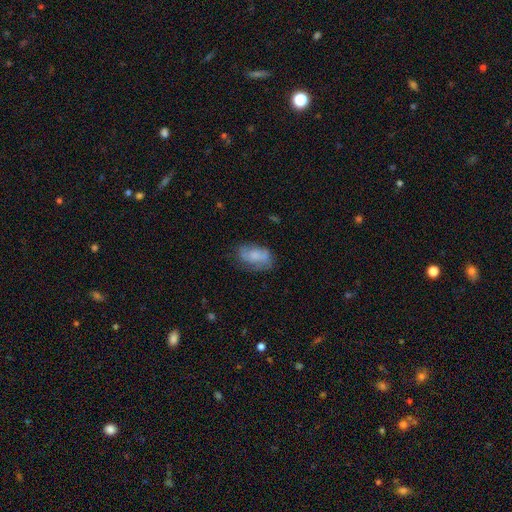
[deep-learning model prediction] This is possibly a smooth galaxy (58%). How rounded: clearly in between (91%). Merging: possibly none (56%).